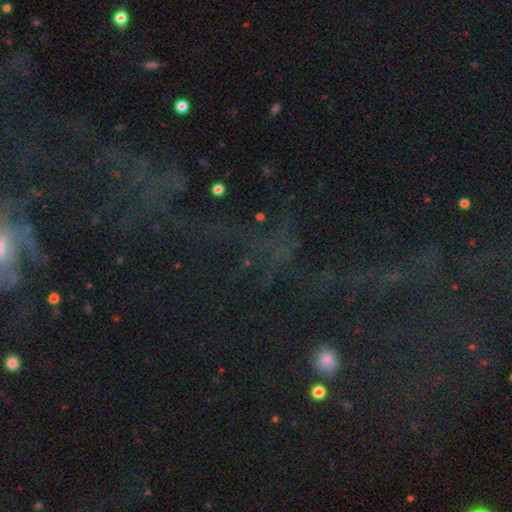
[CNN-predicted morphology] star or artifact 66%, featured or disk 18%, smooth 15%.